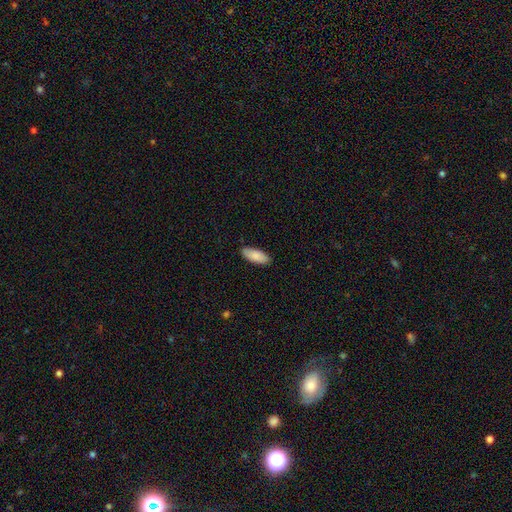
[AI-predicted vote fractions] A smooth galaxy with no disk features (88%) that is in between round and cigar-shaped (81%).

Vote fractions:
- Smooth or featured? smooth: 88% / featured or disk: 6% / star or artifact: 6%
- How rounded? in between: 81% / cigar-shaped: 17% / round: 2%
- Merging? none: 86% / minor disturbance: 11% / major disturbance: 2% / merger: 1%